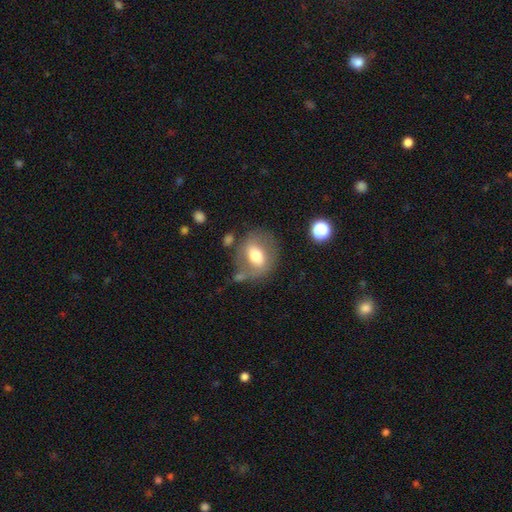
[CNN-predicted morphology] A smooth galaxy with no disk features (56%) that is in between round and cigar-shaped (56%). Merging: none (59%).